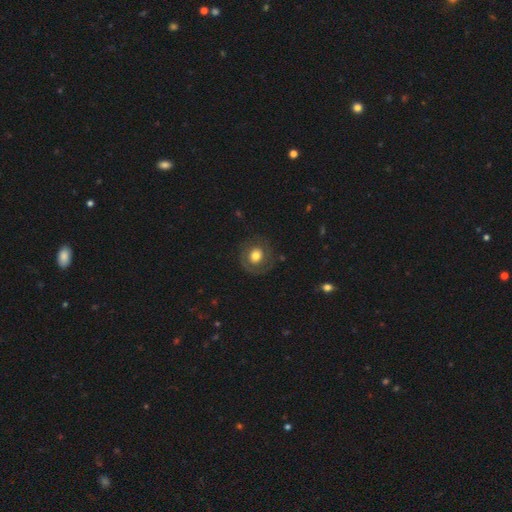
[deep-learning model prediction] Smooth or featured? smooth (51%)
How rounded? round (85%)
Merging? none (76%)